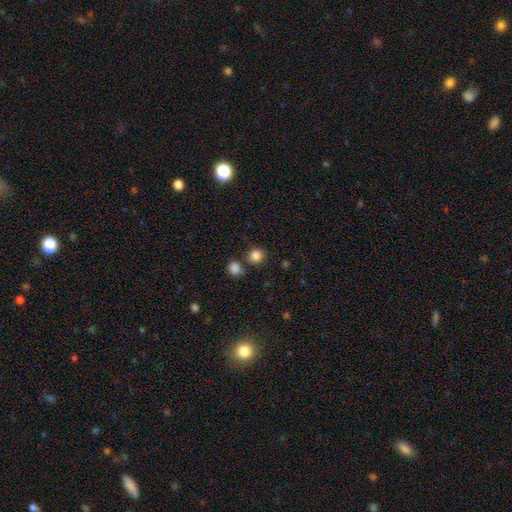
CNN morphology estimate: Smooth or featured? smooth (84%)
How rounded? round (84%)
Merging? none (74%)